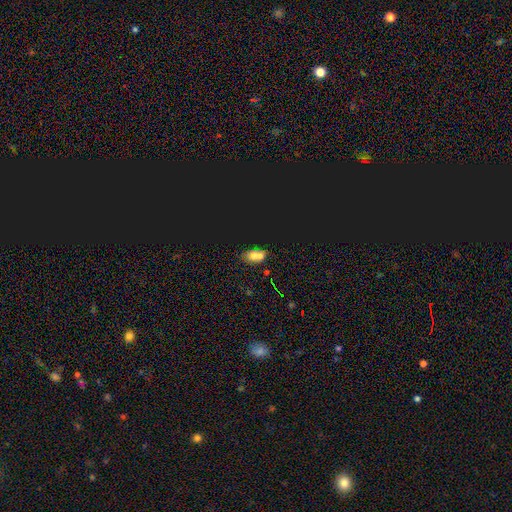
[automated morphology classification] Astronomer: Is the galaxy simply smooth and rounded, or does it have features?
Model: smooth — 49% (runner-up: star or artifact, 36%).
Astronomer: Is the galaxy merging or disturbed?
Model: none — 53%.